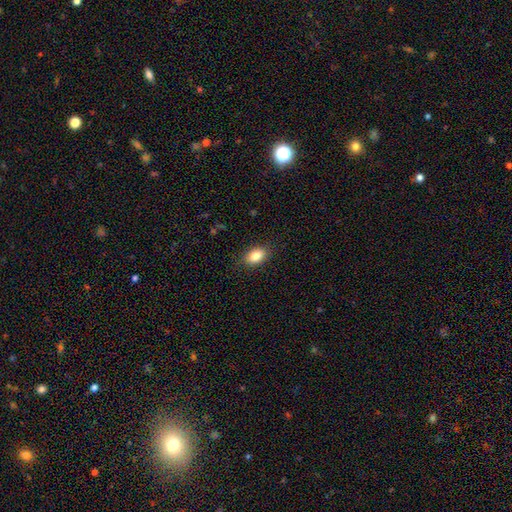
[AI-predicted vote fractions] smooth_or_featured: smooth (p=0.84) [alt: star or artifact p=0.08]
how_rounded: in between (p=0.85) [alt: round p=0.13]
merging: none (p=0.87) [alt: minor disturbance p=0.10]